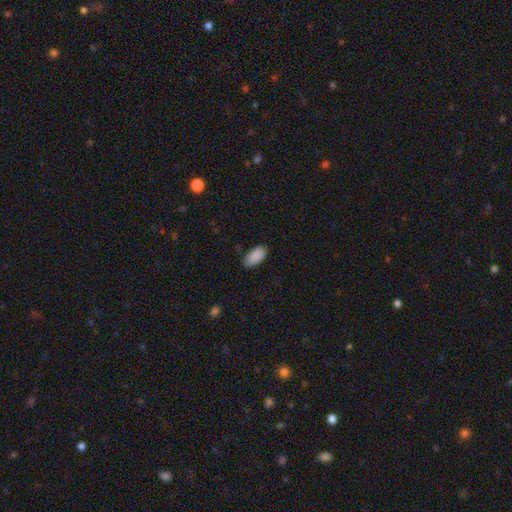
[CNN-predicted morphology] smooth 89%, star or artifact 7%, featured or disk 3%. Down the decision tree: how rounded — in between (94%); merging — none (76%).